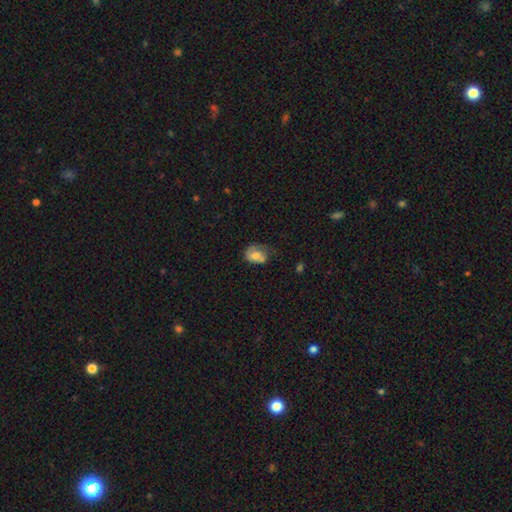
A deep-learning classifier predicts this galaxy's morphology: The model was most divided on "merging": none: 35%, minor disturbance: 32%, major disturbance: 23%, merger: 10%. More confident: how rounded — in between (69%); smooth or featured — smooth (61%).